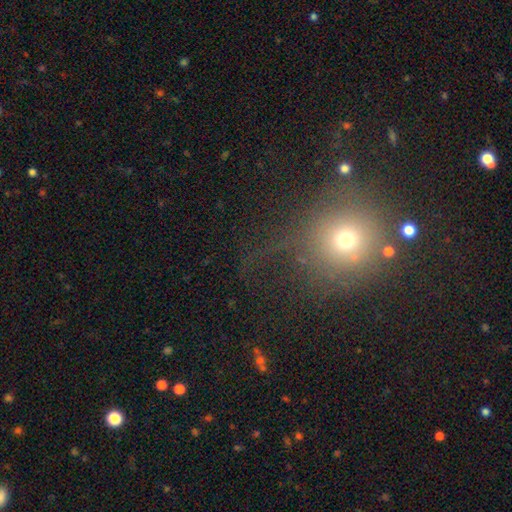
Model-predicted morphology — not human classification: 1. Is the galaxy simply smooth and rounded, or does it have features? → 49% smooth, 39% star or artifact, 12% featured or disk.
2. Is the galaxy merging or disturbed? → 65% none, 16% minor disturbance, 14% major disturbance, 4% merger.